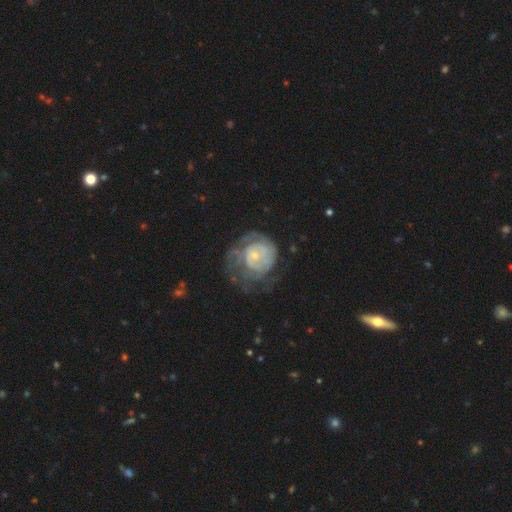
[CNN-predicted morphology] This appears to be a featured or disk galaxy (72%) with no bar (75%), tight (64%) spiral arms (82%) and a small central bulge (69%). Merging: none (46%).